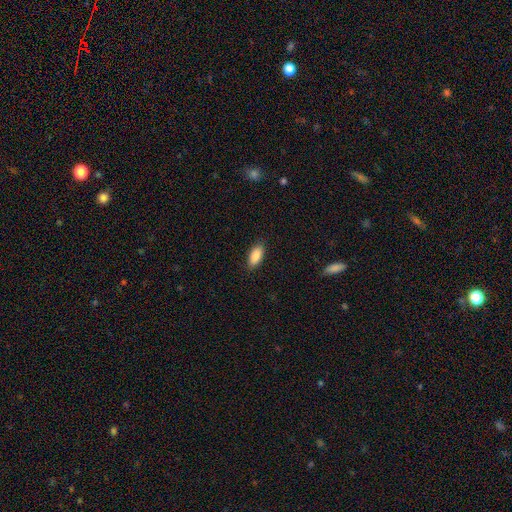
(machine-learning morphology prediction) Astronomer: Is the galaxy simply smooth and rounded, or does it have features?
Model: smooth — 87%.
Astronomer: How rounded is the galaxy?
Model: in between — 87%.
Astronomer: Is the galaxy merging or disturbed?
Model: none — 87%.